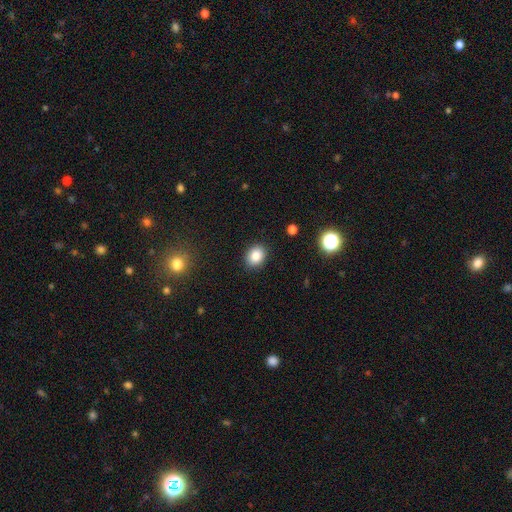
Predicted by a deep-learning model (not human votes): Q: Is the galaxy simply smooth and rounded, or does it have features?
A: smooth — 84%.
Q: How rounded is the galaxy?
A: in between — 50%.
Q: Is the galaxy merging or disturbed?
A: none — 89%.